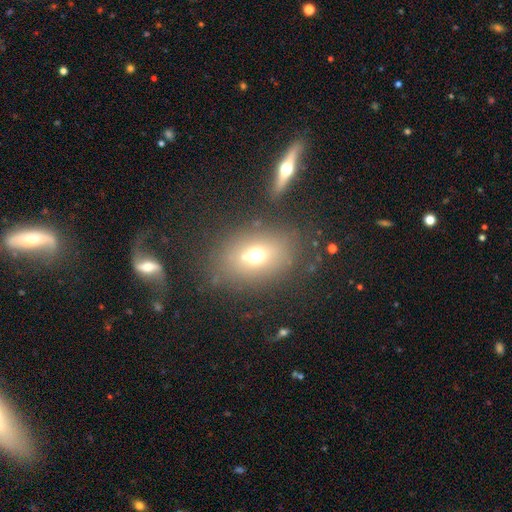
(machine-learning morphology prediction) The model was most divided on "how rounded": in between: 53%, round: 45%, cigar-shaped: 1%. More confident: merging — none (71%); smooth or featured — smooth (62%).